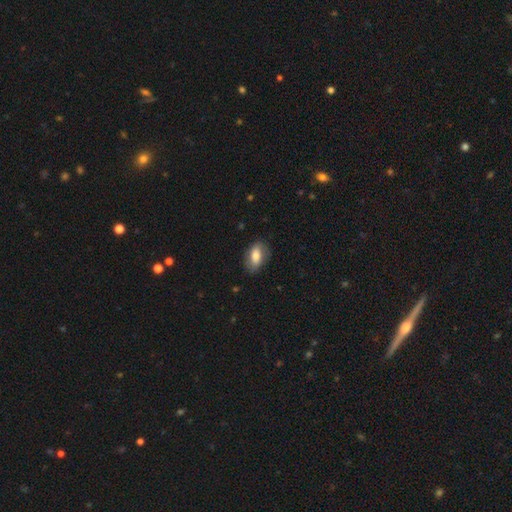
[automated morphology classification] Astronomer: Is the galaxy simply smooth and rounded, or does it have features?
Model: smooth — 75%.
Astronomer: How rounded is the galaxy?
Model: in between — 90%.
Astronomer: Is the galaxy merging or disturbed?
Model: none — 78%.